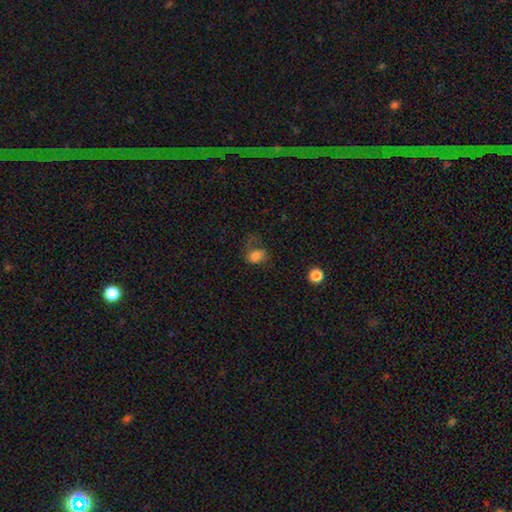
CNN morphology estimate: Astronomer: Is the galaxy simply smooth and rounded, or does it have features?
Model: smooth — 74%.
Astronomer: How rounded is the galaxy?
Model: in between — 66%.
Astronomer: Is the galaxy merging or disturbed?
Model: none — 39% (runner-up: major disturbance, 33%).